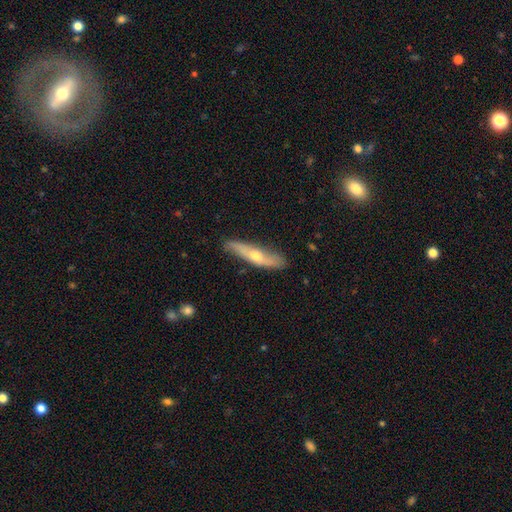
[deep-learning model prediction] Smooth or featured?
  - featured or disk: 57% *
  - smooth: 37%
  - star or artifact: 6%
Edge-on disk?
  - yes: 64% *
  - no: 36%
Merging?
  - none: 78% *
  - minor disturbance: 17%
  - major disturbance: 3%
  - merger: 2%